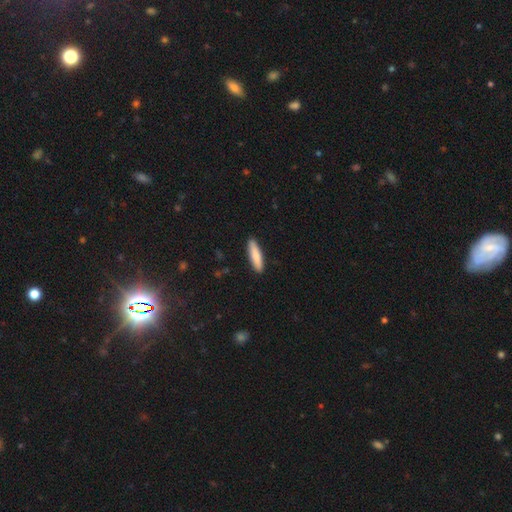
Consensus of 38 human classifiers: A smooth galaxy with no disk features (87%) that is cigar-shaped (79%). Merging: none (100%).